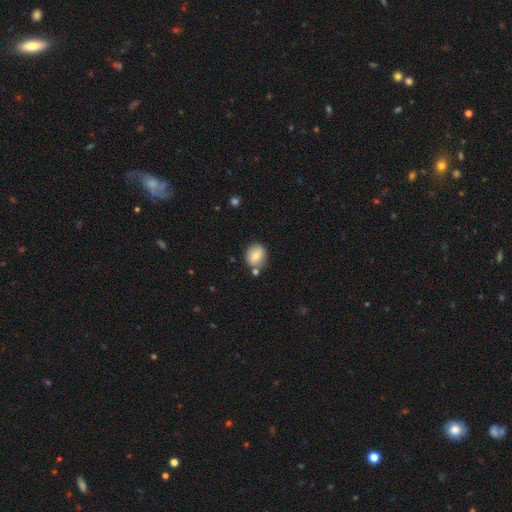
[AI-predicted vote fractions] smooth_or_featured: smooth (p=0.76) [alt: featured or disk p=0.15]
how_rounded: round (p=0.60) [alt: in between p=0.39]
merging: none (p=0.70) [alt: minor disturbance p=0.15]